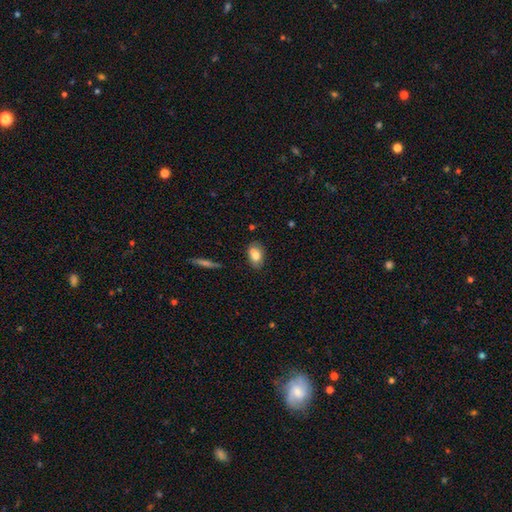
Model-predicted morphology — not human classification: smooth-or-featured: smooth: 76% | featured or disk: 16% | star or artifact: 8%
  how-rounded: in between: 86% | round: 11% | cigar-shaped: 3%
  merging: none: 60% | minor disturbance: 18% | merger: 17% | major disturbance: 4%